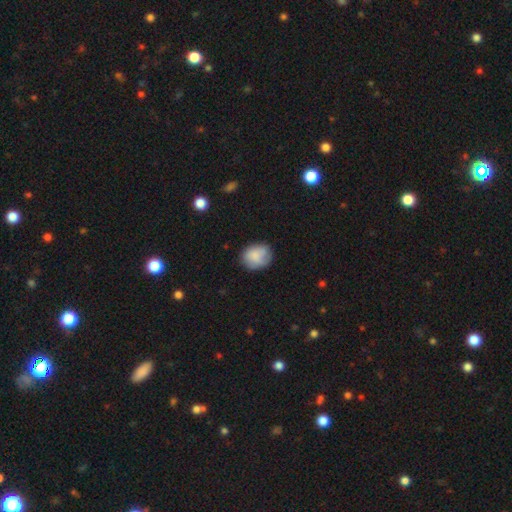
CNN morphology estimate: This is clearly a smooth galaxy (82%). How rounded: possibly round (57%). Merging: likely none (72%).